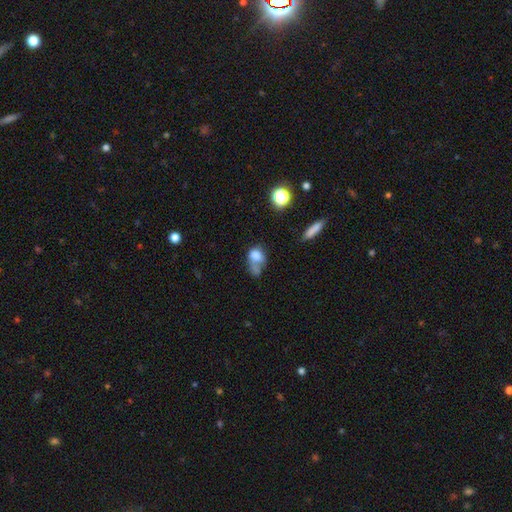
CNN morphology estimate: Smooth or featured? smooth (69%)
How rounded? in between (64%)
Merging? merger (30%)